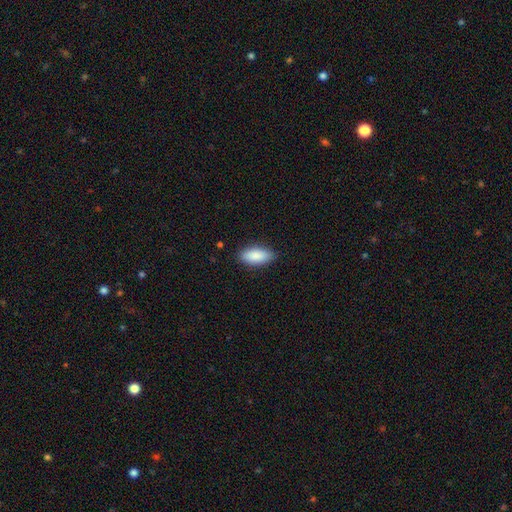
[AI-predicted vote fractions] Q: Smooth or featured?
A: smooth (88%); runner-up: featured or disk (6%)
Q: How rounded?
A: in between (86%); runner-up: cigar-shaped (12%)
Q: Merging?
A: none (86%); runner-up: minor disturbance (11%)